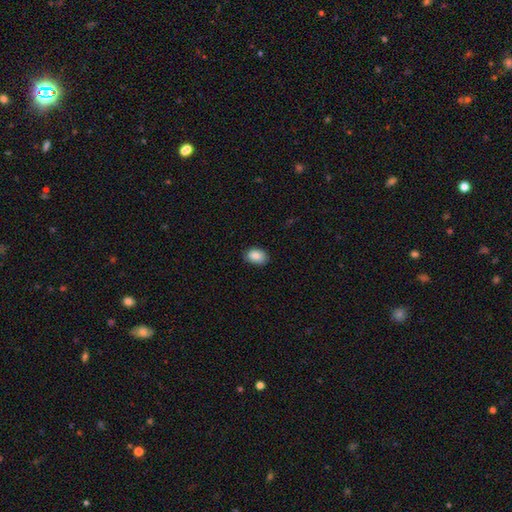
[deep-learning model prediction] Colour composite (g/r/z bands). It shows a smooth galaxy with no disk features (88%) that is in between round and cigar-shaped (79%). Merging: none (77%).